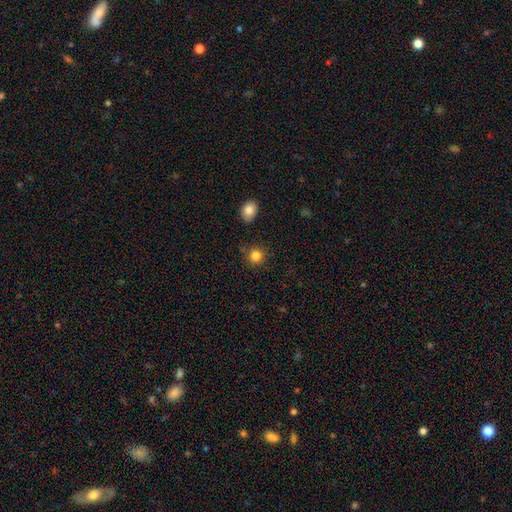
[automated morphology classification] Smooth or featured? smooth (84%)
How rounded? round (89%)
Merging? none (85%)